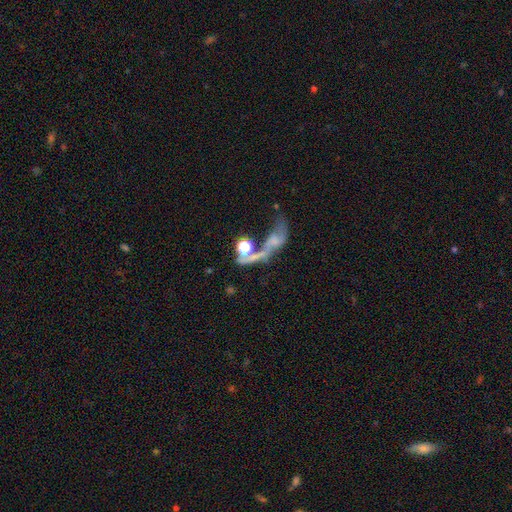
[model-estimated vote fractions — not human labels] Smooth or featured?
  - featured or disk: 40% *
  - smooth: 33%
  - star or artifact: 27%
Merging?
  - merger: 37% *
  - major disturbance: 30%
  - none: 22%
  - minor disturbance: 11%